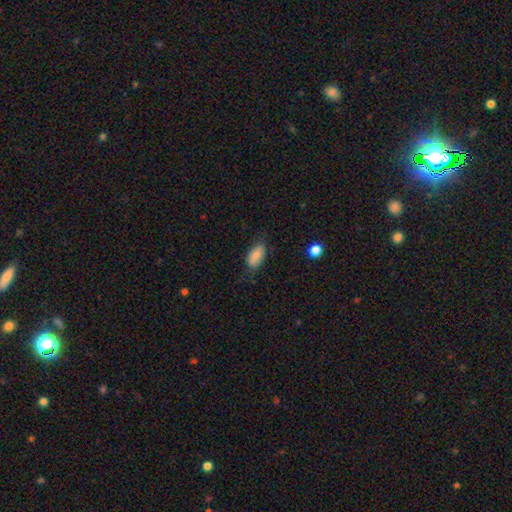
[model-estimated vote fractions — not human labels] Morphology: type=smooth (81%); roundness=in between (92%); merging=none (71%).